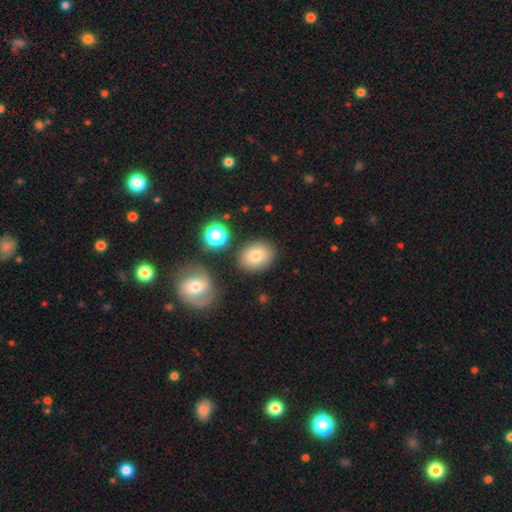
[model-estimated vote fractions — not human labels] This is likely a smooth galaxy (80%). How rounded: possibly in between (51%). Merging: clearly none (82%).